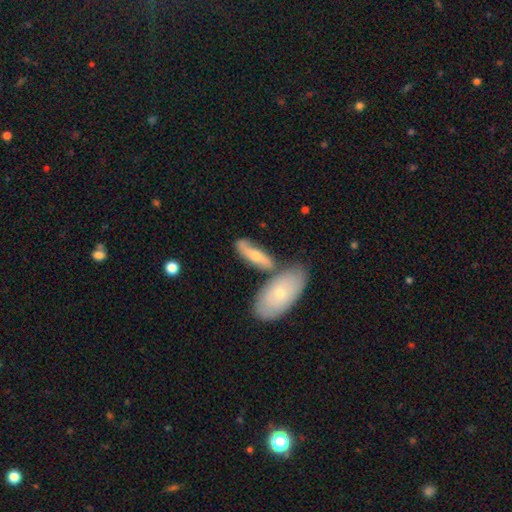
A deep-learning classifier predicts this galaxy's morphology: Smooth or featured?
  - smooth: 48% *
  - featured or disk: 46%
  - star or artifact: 6%
Merging?
  - none: 50% *
  - merger: 27%
  - minor disturbance: 17%
  - major disturbance: 6%